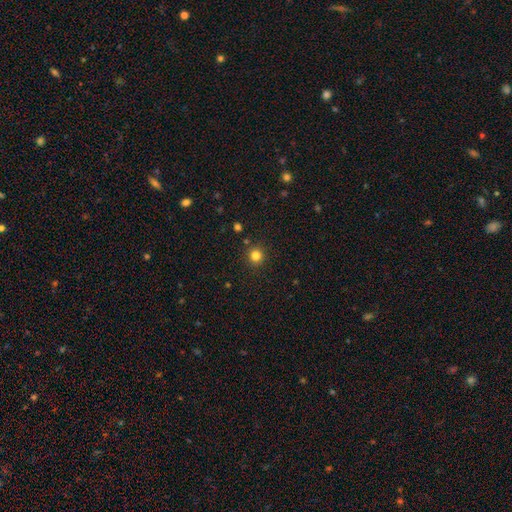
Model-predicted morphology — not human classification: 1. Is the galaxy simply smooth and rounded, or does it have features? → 81% smooth, 14% star or artifact, 5% featured or disk.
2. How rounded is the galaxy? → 94% round, 5% in between, 1% cigar-shaped.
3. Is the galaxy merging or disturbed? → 90% none, 6% minor disturbance, 2% merger, 2% major disturbance.